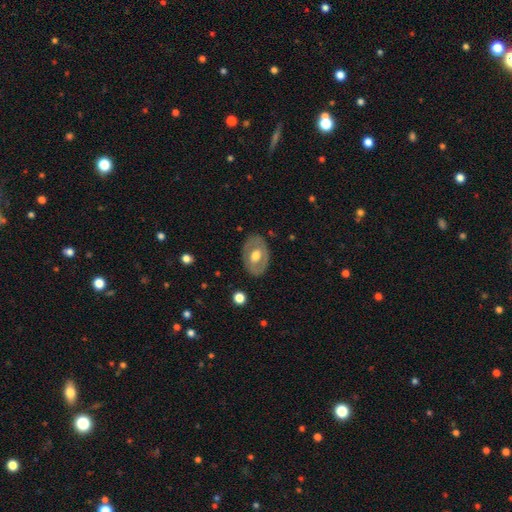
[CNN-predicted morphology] A featured or disk galaxy (51%). Merging: none (80%).